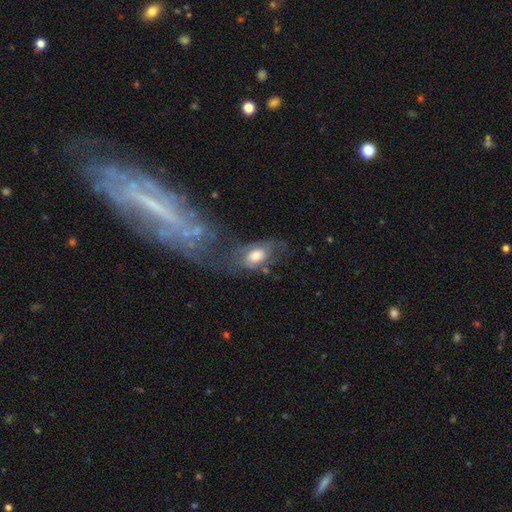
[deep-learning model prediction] Smooth or featured?
  - smooth: 47% *
  - featured or disk: 45%
  - star or artifact: 8%
Merging?
  - none: 35% *
  - major disturbance: 30%
  - minor disturbance: 22%
  - merger: 13%